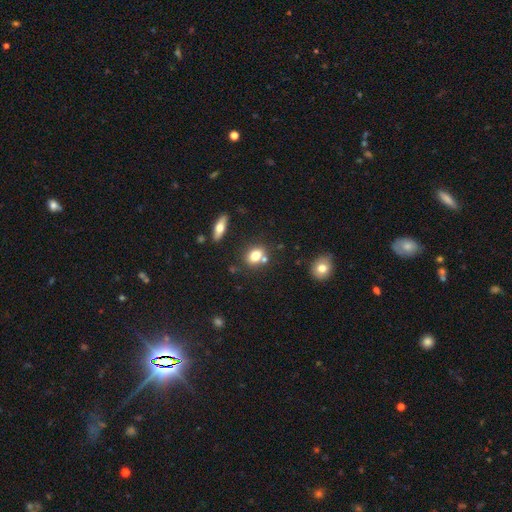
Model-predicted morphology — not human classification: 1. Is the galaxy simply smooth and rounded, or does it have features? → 76% smooth, 13% featured or disk, 11% star or artifact.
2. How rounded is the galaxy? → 57% in between, 40% round, 3% cigar-shaped.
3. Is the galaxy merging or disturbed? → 63% none, 21% merger, 13% minor disturbance, 4% major disturbance.